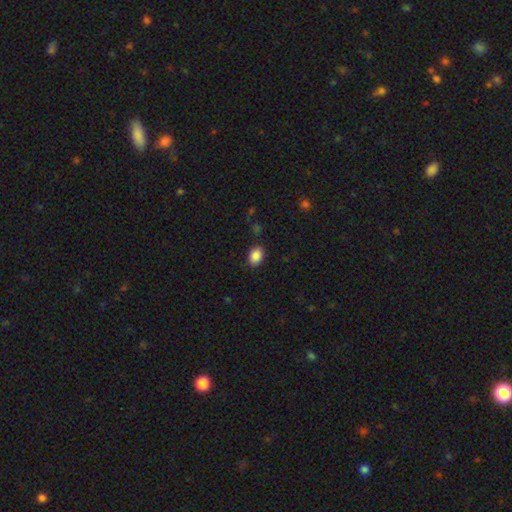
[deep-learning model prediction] Q: Smooth or featured?
A: smooth (88%); runner-up: star or artifact (9%)
Q: How rounded?
A: in between (77%); runner-up: round (22%)
Q: Merging?
A: none (85%); runner-up: minor disturbance (10%)